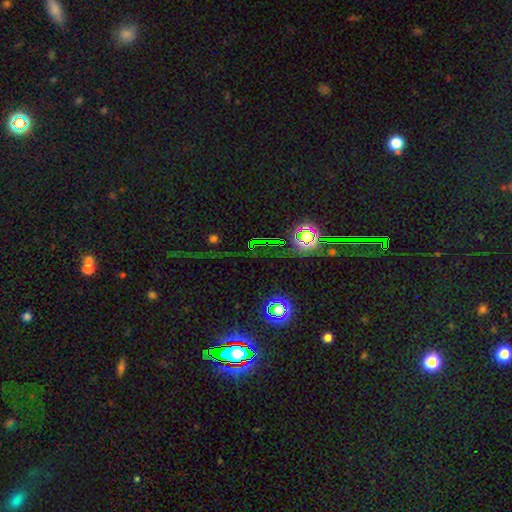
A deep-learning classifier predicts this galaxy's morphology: This is clearly a star or artifact rather than a galaxy (80%).